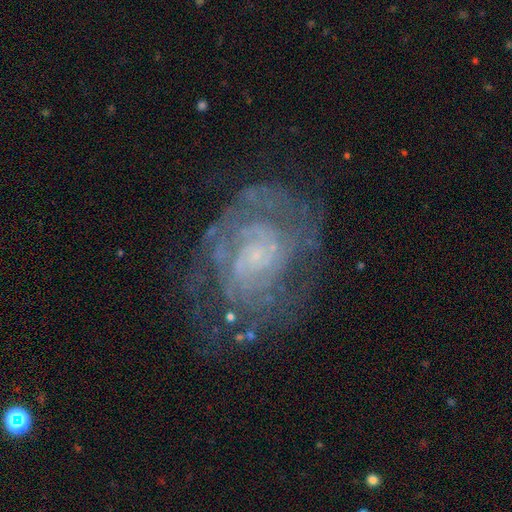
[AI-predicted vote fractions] This is clearly a featured or disk galaxy (82%). It is clearly not viewed edge-on (97%). Bar: likely no (72%). Spiral arm pattern: clearly yes (87%). Spiral arm count: marginally can't tell (44%). Spiral winding: likely tight (63%). Central bulge: likely small (68%). Merging: likely none (65%).